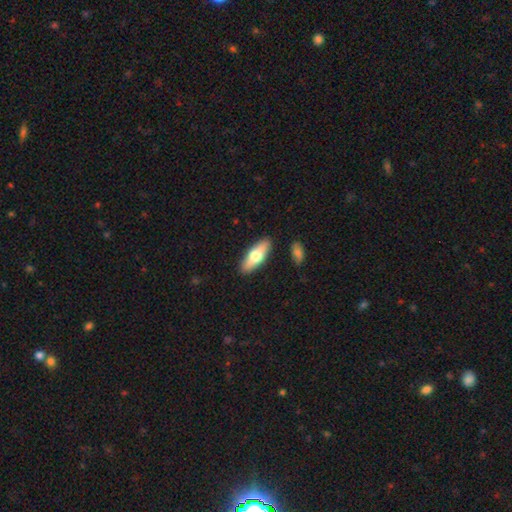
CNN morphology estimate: A smooth galaxy with no disk features (63%) that is in between round and cigar-shaped (62%).

Vote fractions:
- Smooth or featured? smooth: 63% / featured or disk: 32% / star or artifact: 6%
- How rounded? in between: 62% / cigar-shaped: 35% / round: 3%
- Merging? none: 88% / minor disturbance: 8% / merger: 2% / major disturbance: 2%